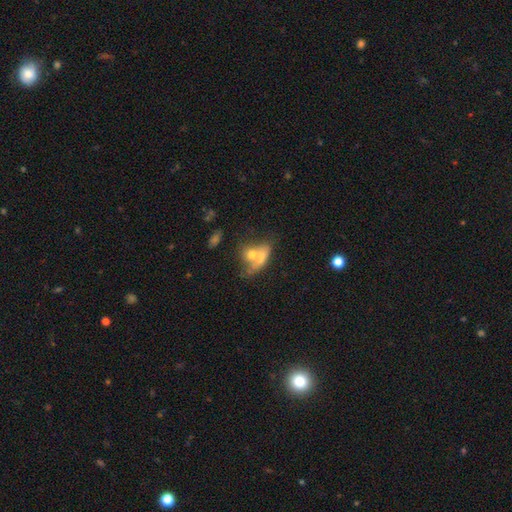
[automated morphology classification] This is likely a smooth galaxy (63%). How rounded: likely in between (65%). Merging: likely merger (60%).